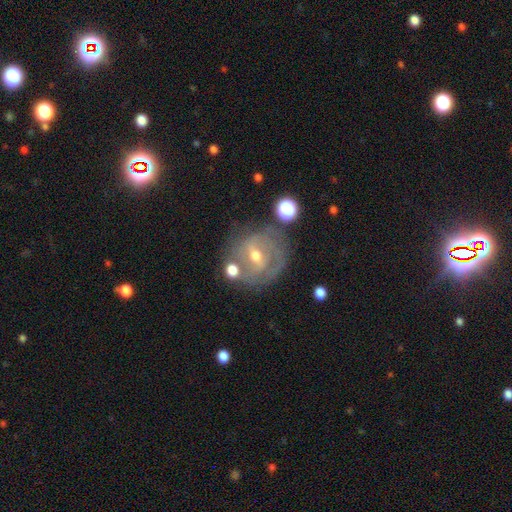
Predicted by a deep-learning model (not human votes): A featured or disk galaxy (74%) with a weak bar (49%), 2 (38%) tight (54%) spiral arms (80%) and a moderate central bulge (57%). Merging: none (66%).